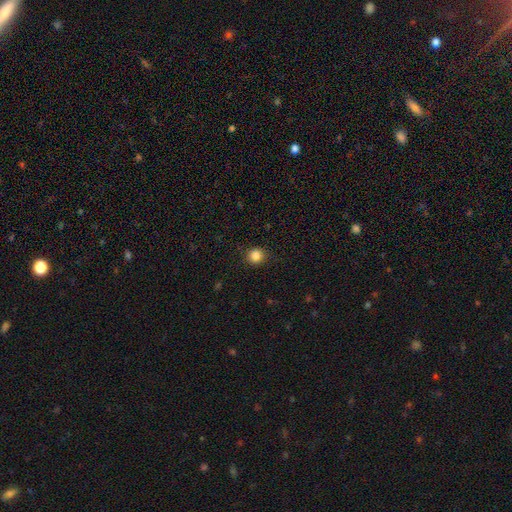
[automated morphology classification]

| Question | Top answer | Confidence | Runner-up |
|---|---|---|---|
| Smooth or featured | smooth | 85% | star or artifact (11%) |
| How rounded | round | 91% | in between (8%) |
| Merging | none | 88% | minor disturbance (8%) |